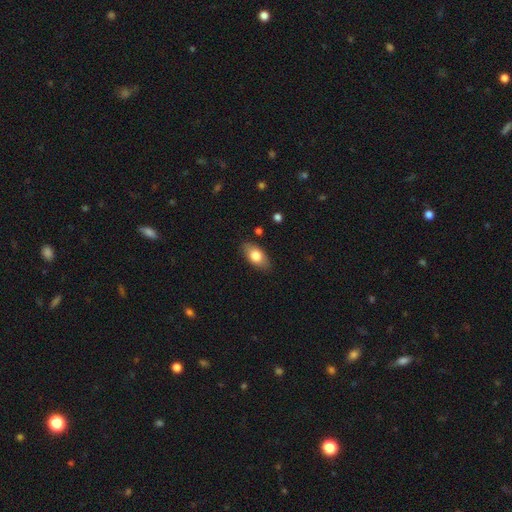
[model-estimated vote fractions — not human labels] Q: Smooth or featured?
A: smooth (76%); runner-up: featured or disk (17%)
Q: How rounded?
A: in between (90%); runner-up: round (5%)
Q: Merging?
A: none (84%); runner-up: minor disturbance (12%)